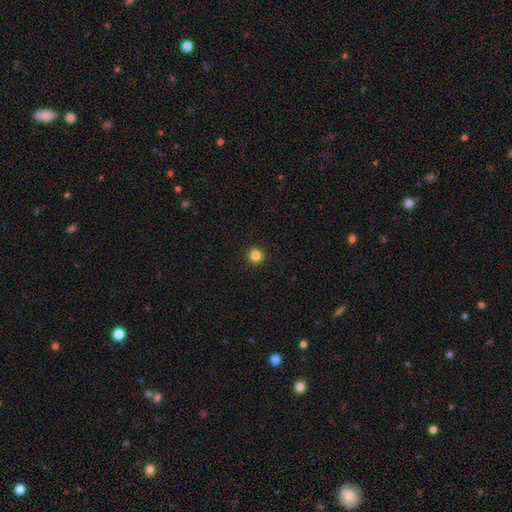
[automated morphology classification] This appears to be a smooth galaxy with no disk features (83%) that is round (96%). Merging: none (94%).